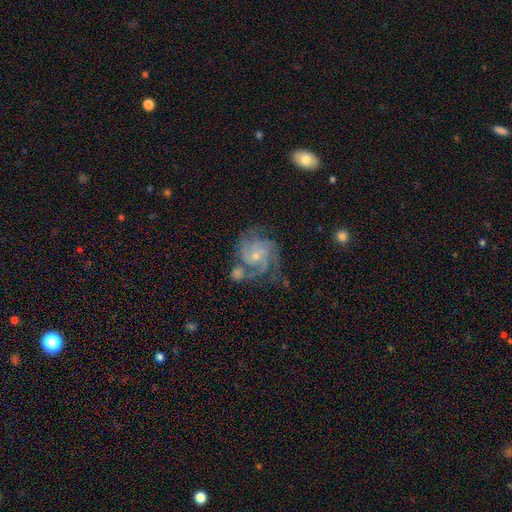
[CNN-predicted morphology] Smooth or featured?
  - featured or disk: 85% *
  - smooth: 9%
  - star or artifact: 6%
Edge-on disk?
  - no: 98% *
  - yes: 2%
Bar?
  - no: 65% *
  - weak: 30%
  - strong: 5%
Spiral arms?
  - yes: 96% *
  - no: 4%
Spiral winding?
  - tight: 47% *
  - medium: 42%
  - loose: 12%
Spiral arm count?
  - 3: 37% *
  - can't tell: 20%
  - 2: 17%
  - 4: 14%
  - 1: 6%
  - more than 4: 6%
Bulge size?
  - small: 65% *
  - moderate: 30%
  - none: 3%
  - large: 1%
  - dominant: 1%
Merging?
  - none: 48% *
  - minor disturbance: 21%
  - major disturbance: 18%
  - merger: 14%